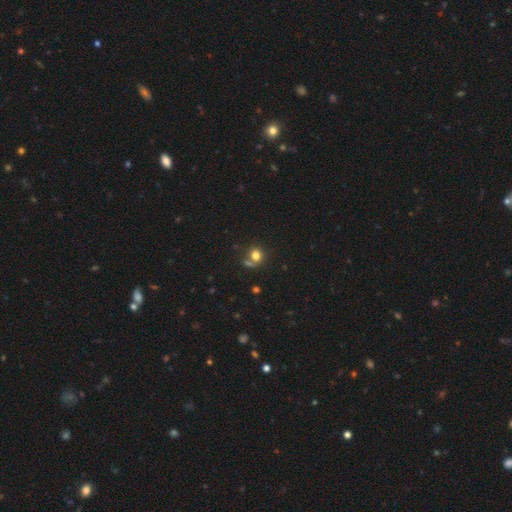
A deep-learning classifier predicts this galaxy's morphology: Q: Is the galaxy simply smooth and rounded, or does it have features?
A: smooth — 77%.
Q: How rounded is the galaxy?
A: round — 71%.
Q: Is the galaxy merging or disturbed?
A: none — 53%.